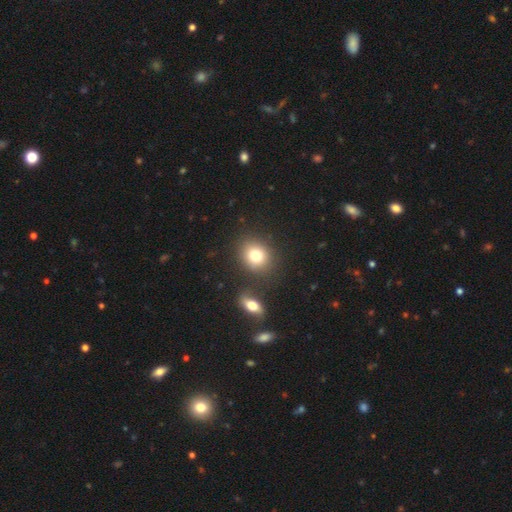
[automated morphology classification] Smooth or featured?
  - smooth: 79% *
  - star or artifact: 11%
  - featured or disk: 10%
How rounded?
  - round: 67% *
  - in between: 32%
  - cigar-shaped: 1%
Merging?
  - none: 77% *
  - merger: 11%
  - minor disturbance: 9%
  - major disturbance: 3%